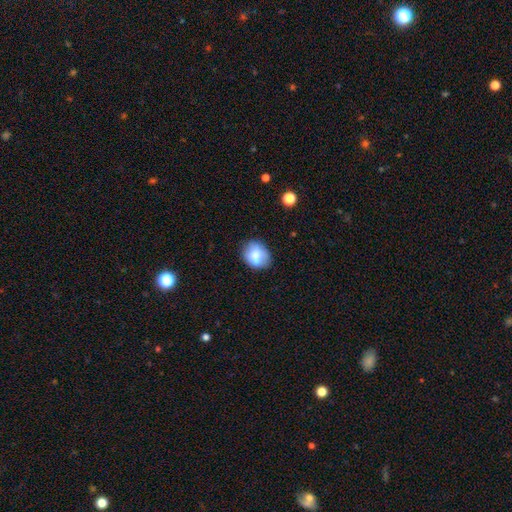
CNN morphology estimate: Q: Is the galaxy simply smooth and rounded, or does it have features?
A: smooth — 71%.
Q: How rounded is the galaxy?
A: round — 53%.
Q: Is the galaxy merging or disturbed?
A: none — 61%.